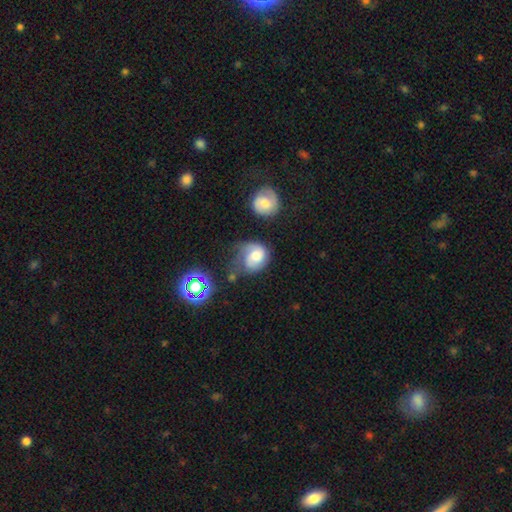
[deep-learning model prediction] smooth 48%, featured or disk 43%, star or artifact 9%. Down the decision tree: merging — none (32%).